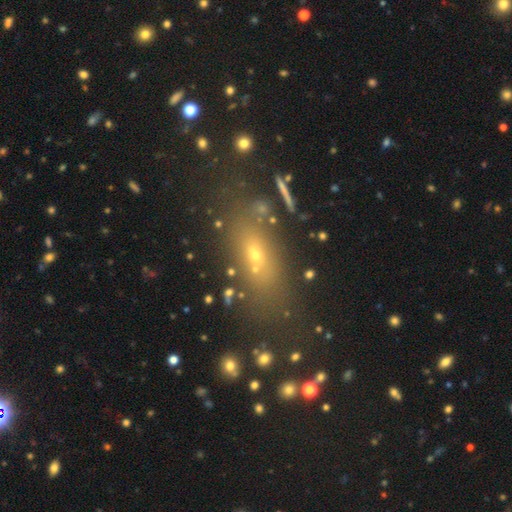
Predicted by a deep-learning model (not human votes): Smooth or featured: smooth — 53% (star or artifact — 25%)
How rounded: in between — 64% (cigar-shaped — 21%)
Merging: none — 64% (minor disturbance — 14%)